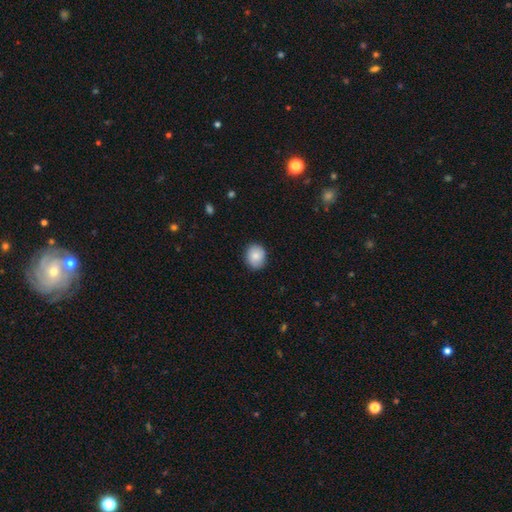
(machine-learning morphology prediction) Smooth or featured?
  - smooth: 84% *
  - featured or disk: 9%
  - star or artifact: 7%
How rounded?
  - round: 67% *
  - in between: 32%
  - cigar-shaped: 1%
Merging?
  - none: 87% *
  - minor disturbance: 10%
  - major disturbance: 2%
  - merger: 1%